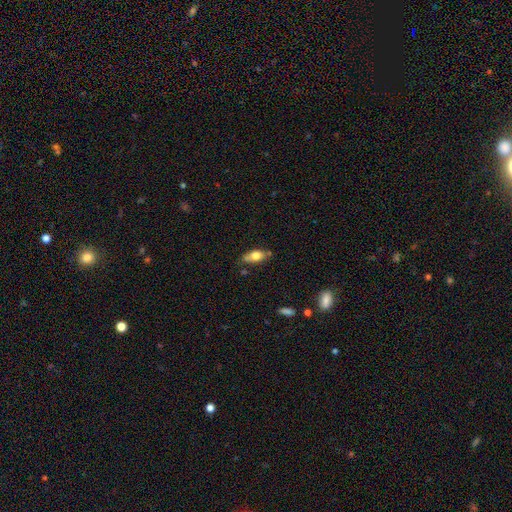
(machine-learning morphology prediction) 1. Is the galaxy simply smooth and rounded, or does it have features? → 71% smooth, 22% featured or disk, 8% star or artifact.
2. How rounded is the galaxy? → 81% in between, 13% cigar-shaped, 7% round.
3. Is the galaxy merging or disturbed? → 63% none, 23% minor disturbance, 9% merger, 5% major disturbance.